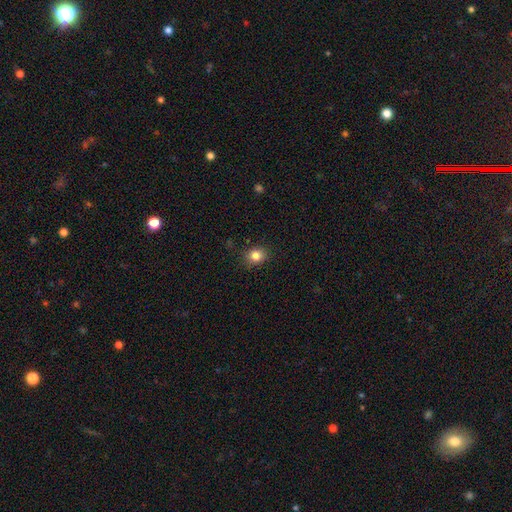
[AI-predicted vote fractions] This appears to be a smooth galaxy with no disk features (83%) that is round (69%). Merging: none (87%).